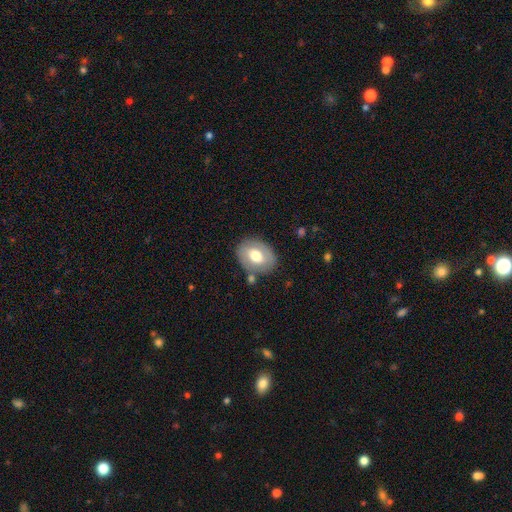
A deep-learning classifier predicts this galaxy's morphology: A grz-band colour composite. It shows a smooth galaxy with no disk features (60%) that is in between round and cigar-shaped (67%). Merging: none (74%).